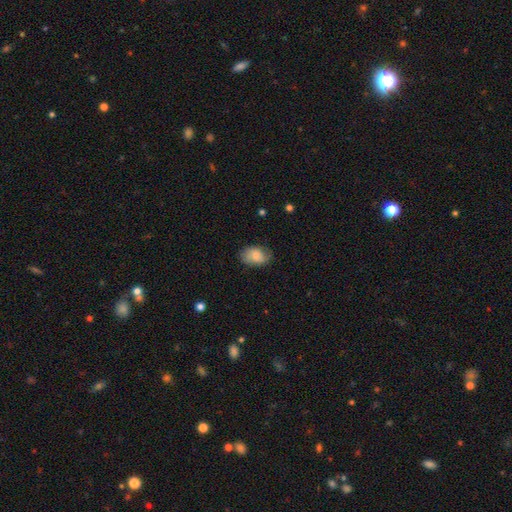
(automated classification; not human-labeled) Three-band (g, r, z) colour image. It shows a smooth galaxy with no disk features (70%) that is in between round and cigar-shaped (83%). Merging: none (68%).